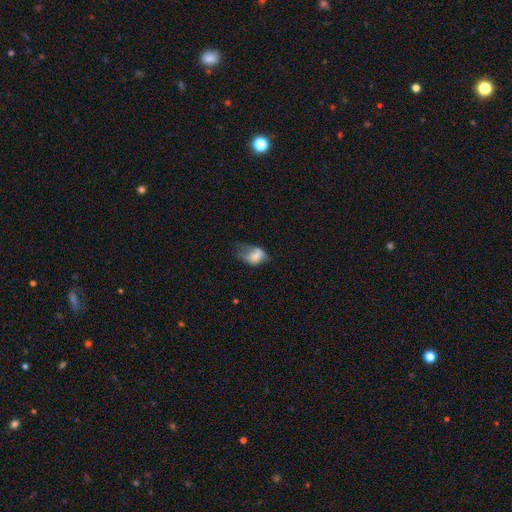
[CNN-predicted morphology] smooth_or_featured: smooth (p=0.65) [alt: featured or disk p=0.25]
how_rounded: in between (p=0.77) [alt: round p=0.21]
merging: major disturbance (p=0.42) [alt: minor disturbance p=0.30]